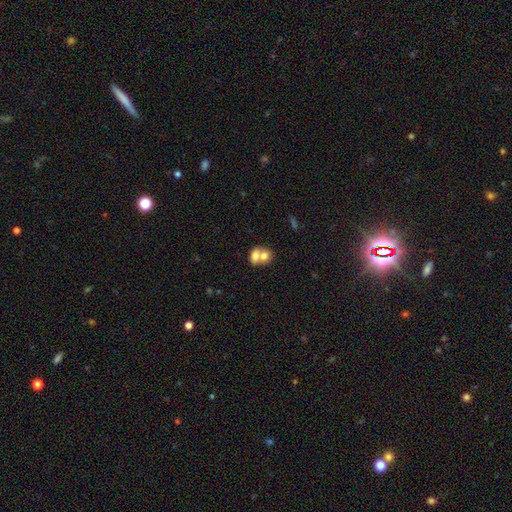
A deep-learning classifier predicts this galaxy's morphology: Overall: smooth (70%). How rounded: in between (54%; round 45%). Merging: merger (72%).